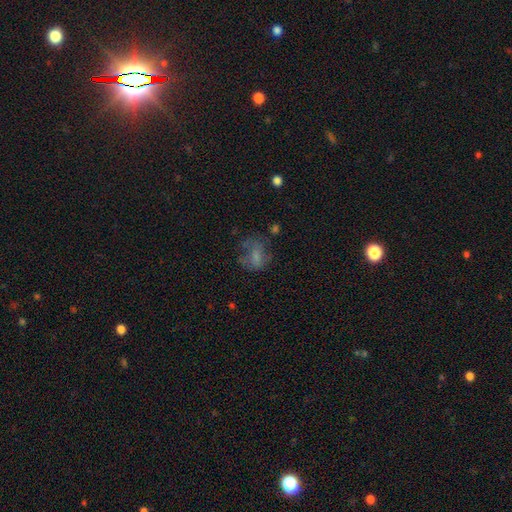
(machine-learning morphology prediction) smooth 55%, featured or disk 30%, star or artifact 15%. Down the decision tree: how rounded — in between (55%); merging — none (44%).